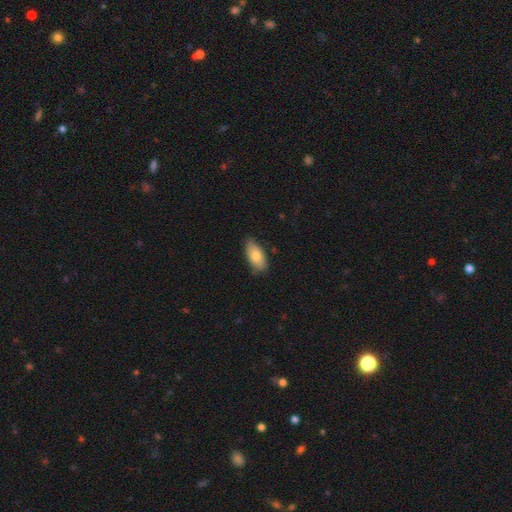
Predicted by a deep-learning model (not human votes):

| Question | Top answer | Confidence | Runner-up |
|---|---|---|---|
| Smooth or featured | smooth | 78% | featured or disk (16%) |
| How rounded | in between | 92% | cigar-shaped (5%) |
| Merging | none | 76% | minor disturbance (20%) |